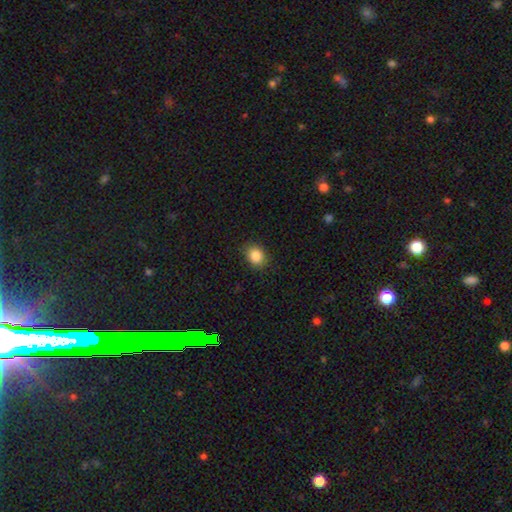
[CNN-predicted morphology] smooth_or_featured: smooth (p=0.86) [alt: star or artifact p=0.09]
how_rounded: round (p=0.53) [alt: in between p=0.46]
merging: none (p=0.87) [alt: minor disturbance p=0.10]